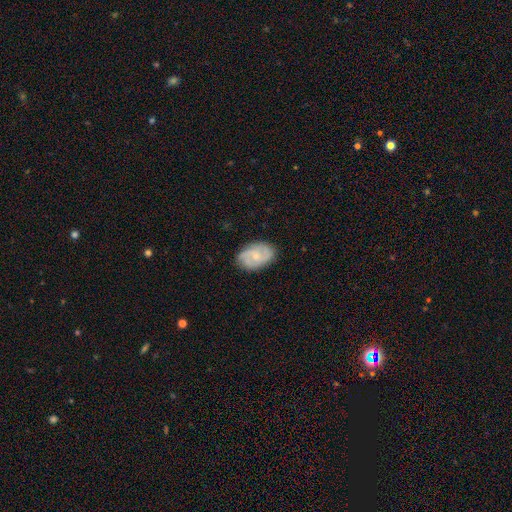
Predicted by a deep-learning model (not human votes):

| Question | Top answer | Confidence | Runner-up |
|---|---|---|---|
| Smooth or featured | featured or disk | 64% | smooth (30%) |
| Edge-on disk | no | 97% | yes (3%) |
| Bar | no | 65% | weak (30%) |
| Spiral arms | yes | 90% | no (10%) |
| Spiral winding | medium | 45% | tight (35%) |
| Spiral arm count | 2 | 45% | 3 (25%) |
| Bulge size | small | 65% | moderate (30%) |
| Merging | none | 80% | minor disturbance (15%) |